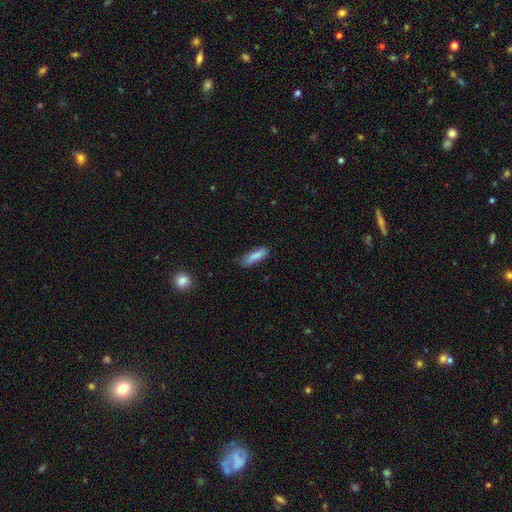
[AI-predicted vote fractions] smooth_or_featured: smooth (p=0.83) [alt: featured or disk p=0.10]
how_rounded: cigar-shaped (p=0.60) [alt: in between p=0.38]
merging: none (p=0.64) [alt: minor disturbance p=0.28]